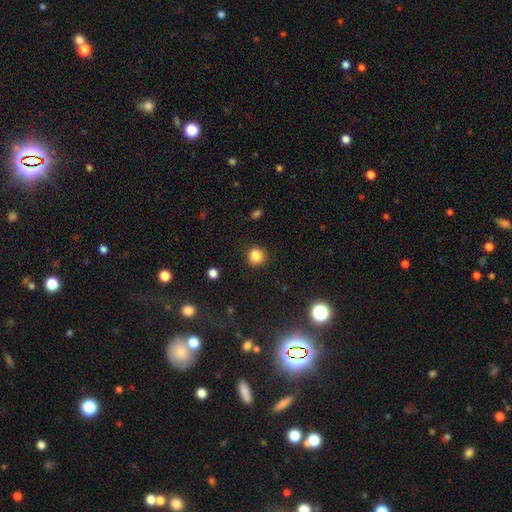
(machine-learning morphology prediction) This appears to be a smooth galaxy with no disk features (84%) that is round (88%). Merging: none (87%).